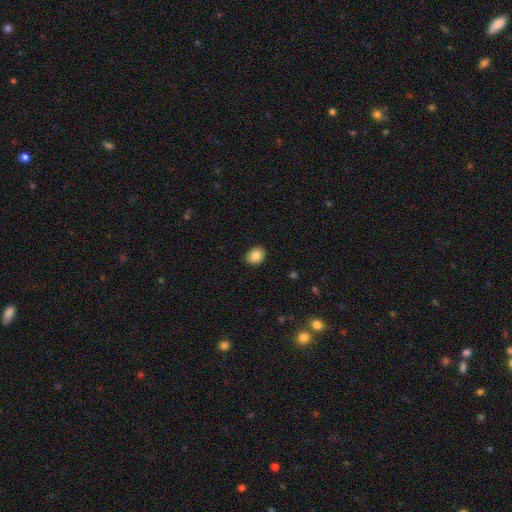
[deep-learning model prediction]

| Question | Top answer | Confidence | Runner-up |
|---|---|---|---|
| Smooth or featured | smooth | 84% | star or artifact (9%) |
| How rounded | round | 57% | in between (42%) |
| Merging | none | 89% | minor disturbance (8%) |